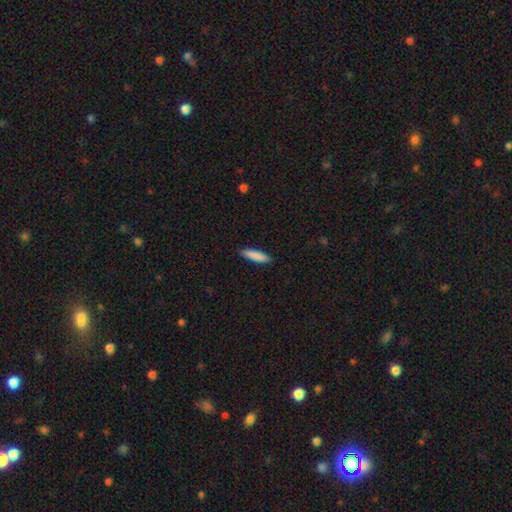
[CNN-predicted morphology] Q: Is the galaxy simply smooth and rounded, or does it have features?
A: smooth — 87%.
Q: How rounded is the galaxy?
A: cigar-shaped — 80%.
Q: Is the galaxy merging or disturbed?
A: none — 90%.